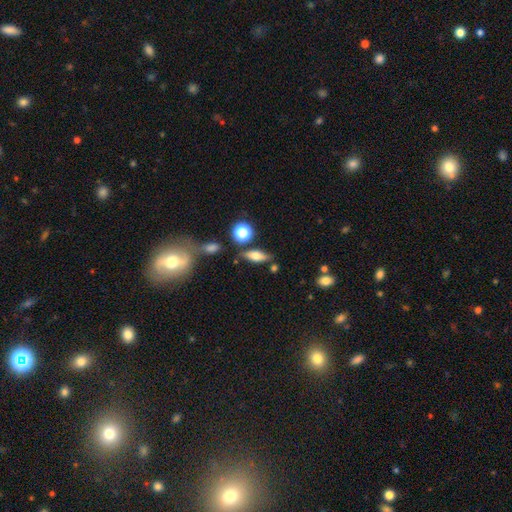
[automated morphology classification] Smooth or featured? smooth (54%)
How rounded? in between (62%)
Merging? none (75%)